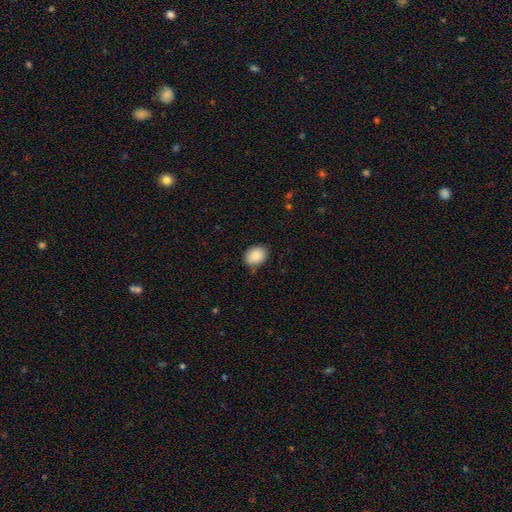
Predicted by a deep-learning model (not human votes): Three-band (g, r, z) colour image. It shows a smooth galaxy with no disk features (88%) that is in between round and cigar-shaped (65%). Merging: none (79%).